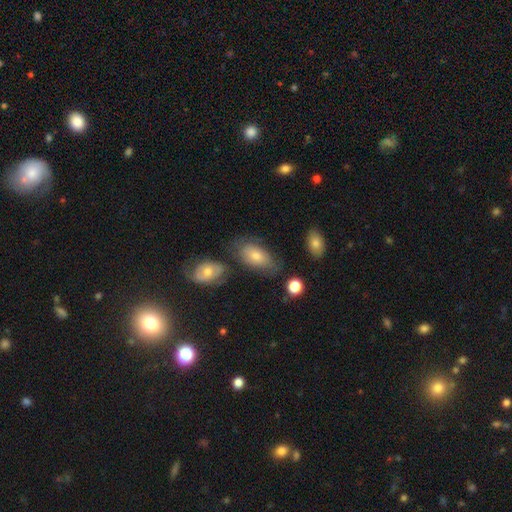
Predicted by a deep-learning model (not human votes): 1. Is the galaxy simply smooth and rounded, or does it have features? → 65% smooth, 24% featured or disk, 10% star or artifact.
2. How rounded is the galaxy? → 91% in between, 6% round, 3% cigar-shaped.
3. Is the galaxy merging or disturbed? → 63% none, 22% minor disturbance, 8% major disturbance, 7% merger.